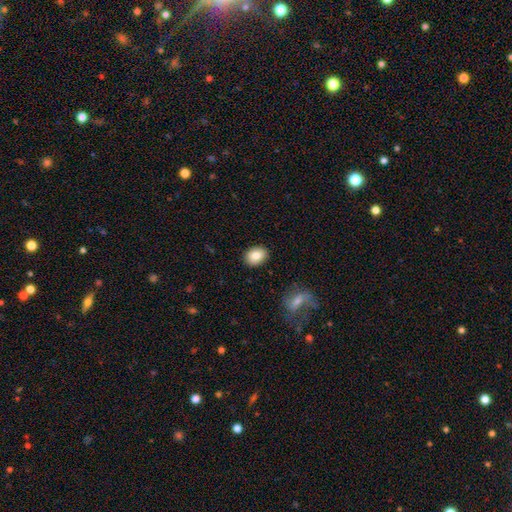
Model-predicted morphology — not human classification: Overall: smooth (83%). How rounded: in between (61%; round 37%). Merging: none (88%).